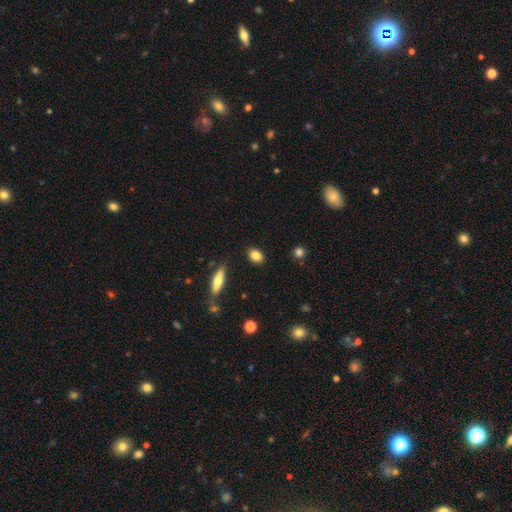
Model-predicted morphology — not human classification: Smooth or featured: smooth — 84% (star or artifact — 8%)
How rounded: in between — 69% (round — 27%)
Merging: none — 87% (minor disturbance — 9%)